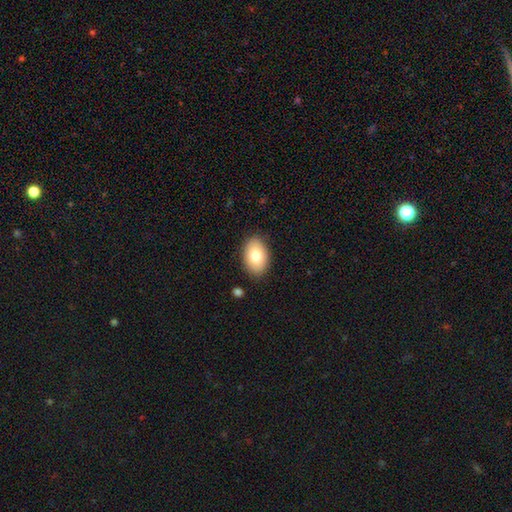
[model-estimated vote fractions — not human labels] Morphology: type=smooth (77%); roundness=in between (88%); merging=none (87%).